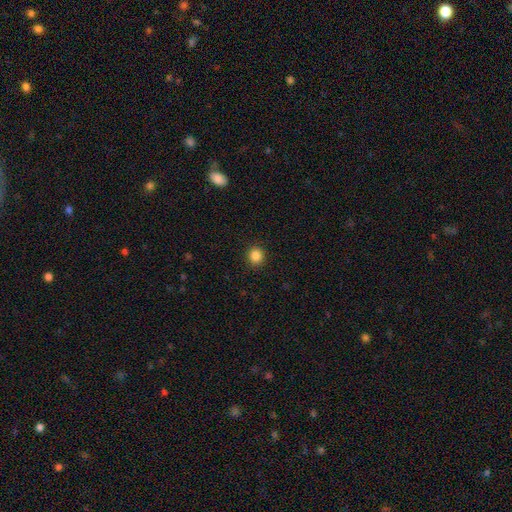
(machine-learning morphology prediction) type=smooth (86%); roundness=round (88%); merging=none (92%).